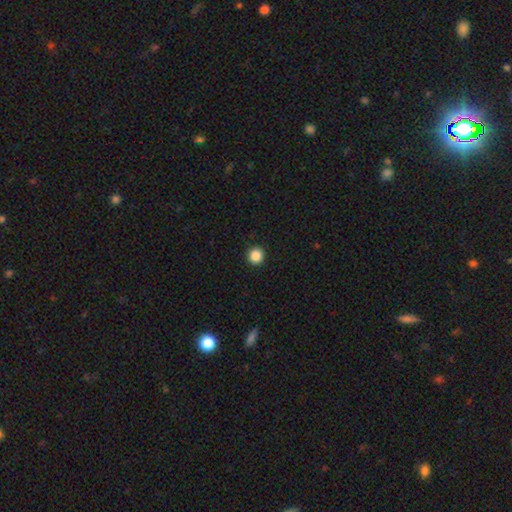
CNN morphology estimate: Smooth or featured? Predicted: smooth (p=0.87). How rounded? Predicted: round (p=0.95). Merging? Predicted: none (p=0.93).